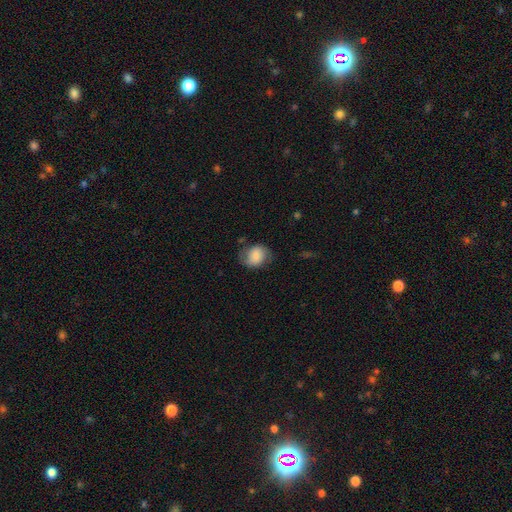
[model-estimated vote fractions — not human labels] smooth_or_featured: smooth (p=0.68) [alt: featured or disk p=0.24]
how_rounded: round (p=0.57) [alt: in between p=0.42]
merging: none (p=0.62) [alt: minor disturbance p=0.25]